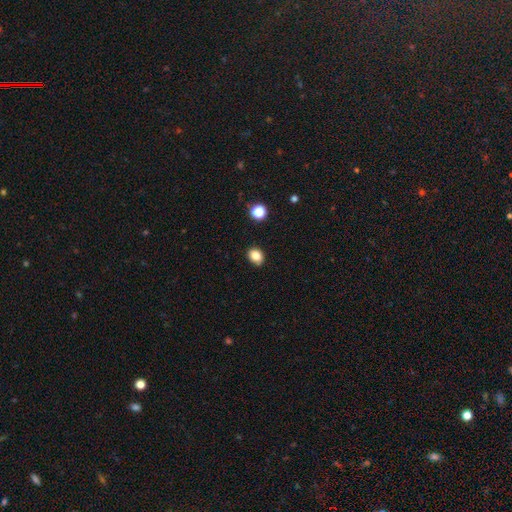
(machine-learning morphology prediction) smooth-or-featured: smooth: 84% | star or artifact: 11% | featured or disk: 5%
  how-rounded: in between: 50% | round: 49% | cigar-shaped: 1%
  merging: none: 85% | minor disturbance: 11% | major disturbance: 2% | merger: 2%